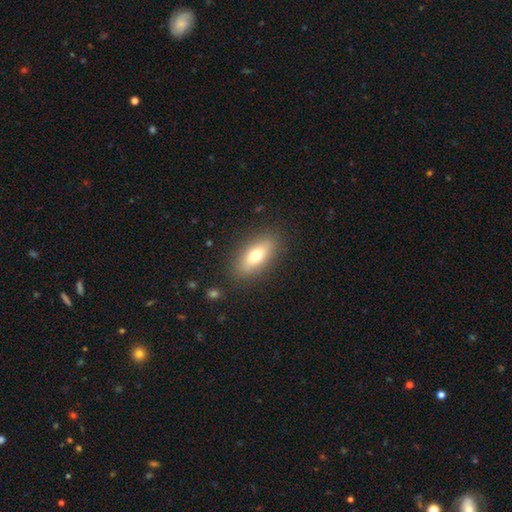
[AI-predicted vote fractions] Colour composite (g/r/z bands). It shows a smooth galaxy with no disk features (68%) that is in between round and cigar-shaped (75%). Merging: none (86%).